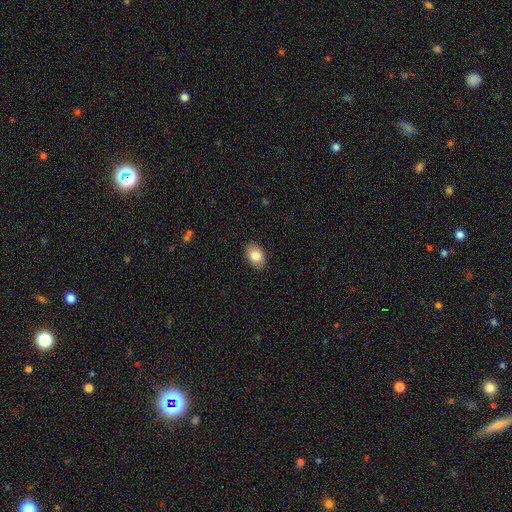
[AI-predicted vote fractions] Smooth or featured? smooth (84%)
How rounded? in between (86%)
Merging? none (89%)